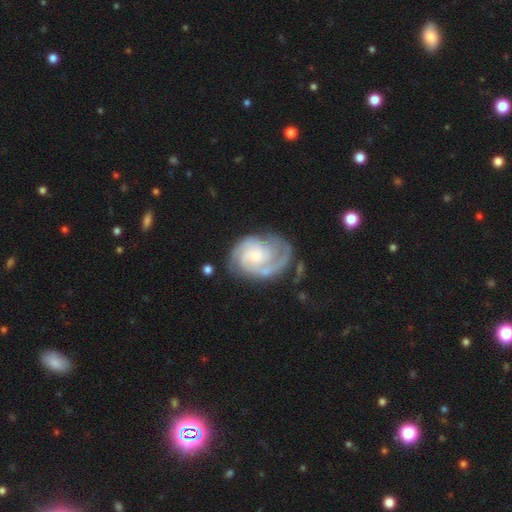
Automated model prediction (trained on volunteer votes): Q: Smooth or featured?
A: featured or disk (89%); runner-up: smooth (7%)
Q: Edge-on disk?
A: no (98%); runner-up: yes (2%)
Q: Bar?
A: no (60%); runner-up: weak (33%)
Q: Spiral arms?
A: yes (98%); runner-up: no (2%)
Q: Spiral winding?
A: tight (56%); runner-up: medium (36%)
Q: Spiral arm count?
A: 2 (40%); runner-up: 3 (31%)
Q: Bulge size?
A: small (52%); runner-up: moderate (28%)
Q: Merging?
A: none (64%); runner-up: minor disturbance (20%)